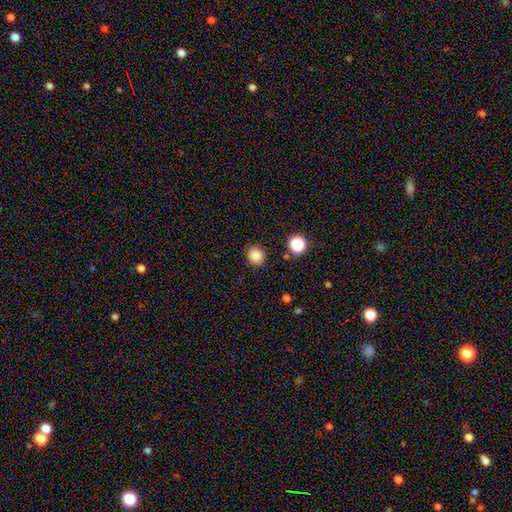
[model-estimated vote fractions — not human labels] smooth 82%, star or artifact 12%, featured or disk 6%. Down the decision tree: how rounded — round (86%); merging — none (89%).